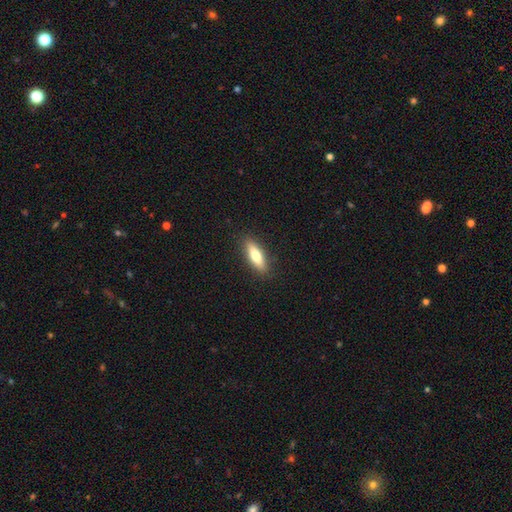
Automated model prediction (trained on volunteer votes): smooth_or_featured: smooth (p=0.70) [alt: featured or disk p=0.24]
how_rounded: cigar-shaped (p=0.52) [alt: in between p=0.46]
merging: none (p=0.89) [alt: minor disturbance p=0.08]